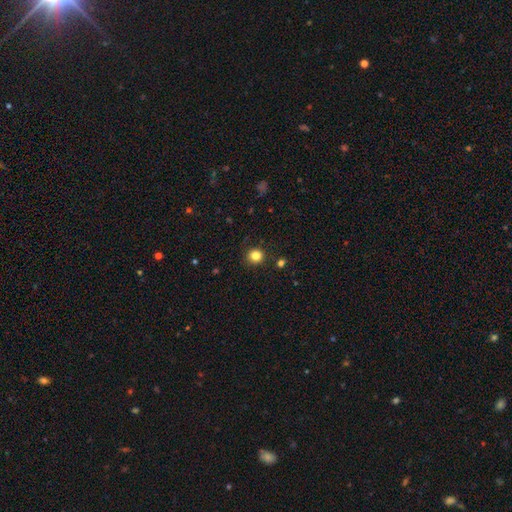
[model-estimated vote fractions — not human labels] This appears to be a smooth galaxy with no disk features (82%) that is round (92%). Merging: none (90%).